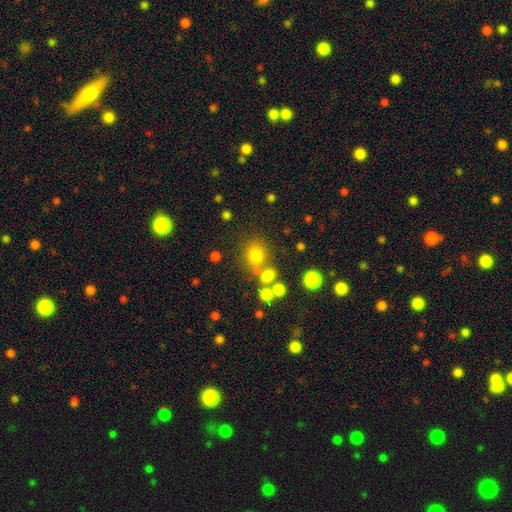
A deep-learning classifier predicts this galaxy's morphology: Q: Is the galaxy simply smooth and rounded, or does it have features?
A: smooth — 74%.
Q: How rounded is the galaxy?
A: round — 81%.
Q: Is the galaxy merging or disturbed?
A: none — 65%.